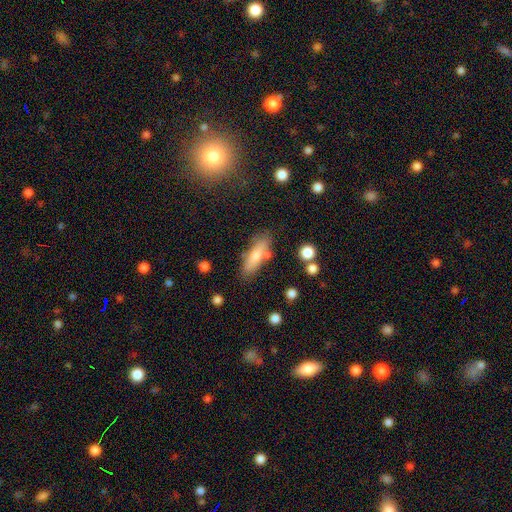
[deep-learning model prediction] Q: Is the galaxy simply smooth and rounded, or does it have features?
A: smooth — 68%.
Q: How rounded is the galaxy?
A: in between — 50%.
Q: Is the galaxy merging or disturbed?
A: none — 73%.